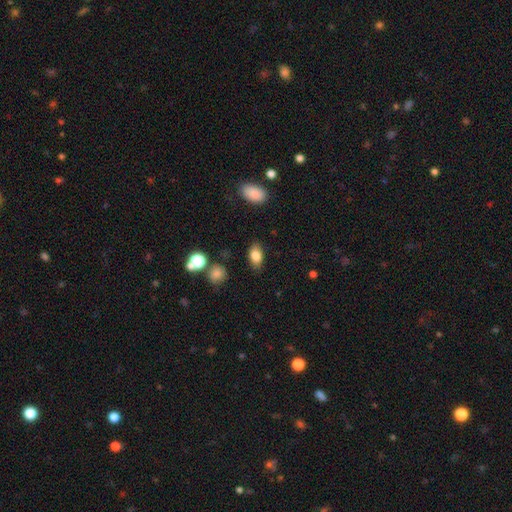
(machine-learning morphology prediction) smooth-or-featured: smooth: 83% | star or artifact: 9% | featured or disk: 9%
  how-rounded: in between: 89% | round: 8% | cigar-shaped: 3%
  merging: none: 82% | minor disturbance: 12% | major disturbance: 3% | merger: 2%